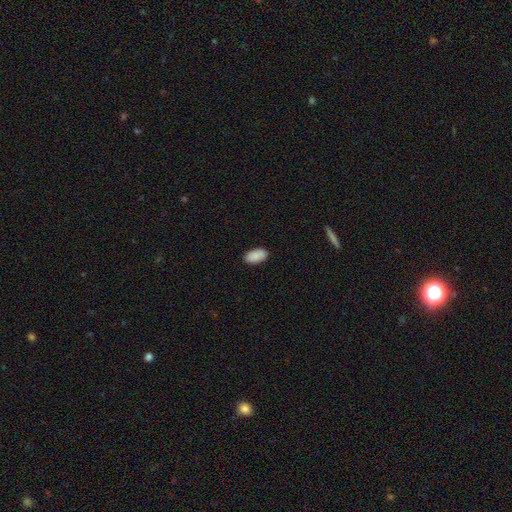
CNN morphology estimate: This is clearly a smooth galaxy (89%). How rounded: clearly in between (95%). Merging: clearly none (86%).